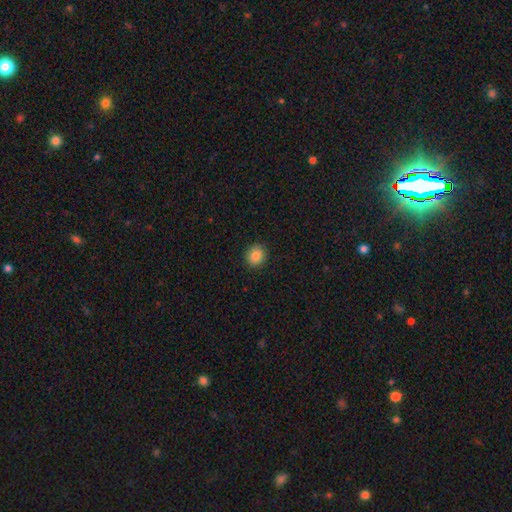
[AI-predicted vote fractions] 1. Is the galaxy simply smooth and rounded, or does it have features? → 85% smooth, 10% star or artifact, 5% featured or disk.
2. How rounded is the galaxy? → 86% round, 13% in between, 1% cigar-shaped.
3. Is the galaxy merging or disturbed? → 91% none, 6% minor disturbance, 2% major disturbance, 1% merger.